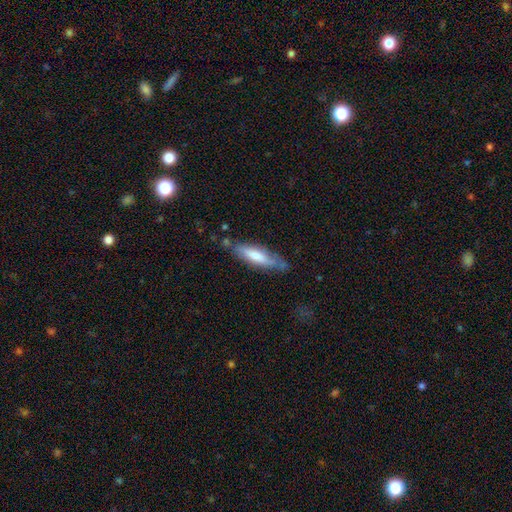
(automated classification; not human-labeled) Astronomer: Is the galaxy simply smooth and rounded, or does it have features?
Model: smooth — 64%.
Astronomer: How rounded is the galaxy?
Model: cigar-shaped — 69%.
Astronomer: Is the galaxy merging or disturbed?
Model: none — 66%.